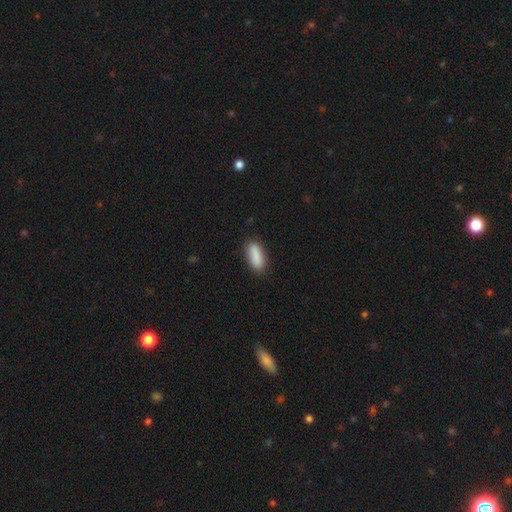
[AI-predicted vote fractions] Overall: smooth (89%). How rounded: in between (72%). Merging: none (84%).